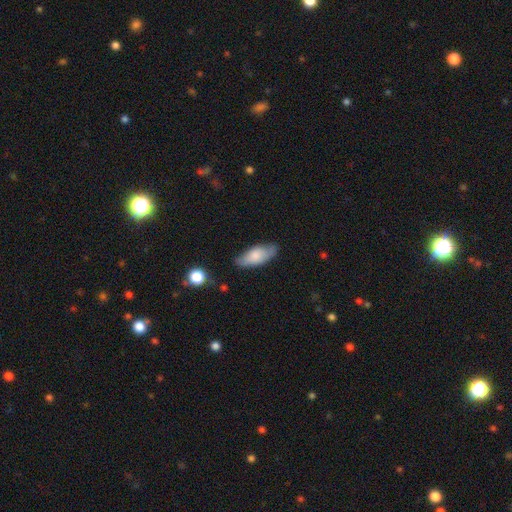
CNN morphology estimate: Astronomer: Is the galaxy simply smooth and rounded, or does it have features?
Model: smooth — 76%.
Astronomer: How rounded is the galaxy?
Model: in between — 80%.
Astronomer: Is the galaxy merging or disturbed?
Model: none — 71%.